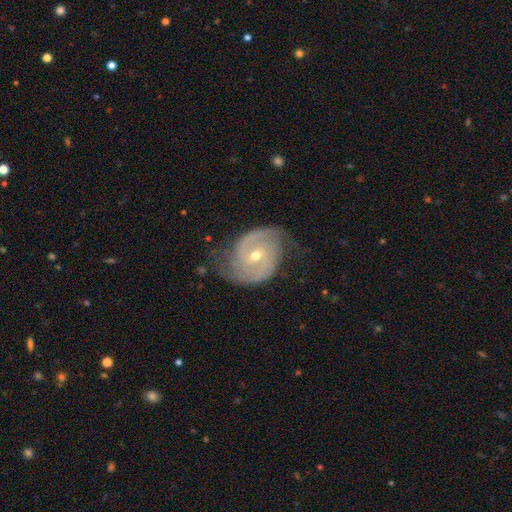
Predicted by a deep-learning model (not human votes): This is clearly a featured or disk galaxy (89%). It is clearly not viewed edge-on (97%). Bar: marginally no (45%). Spiral arm pattern: clearly yes (97%). Spiral arm count: clearly 2 (82%). Spiral winding: marginally medium (44%). Central bulge: possibly moderate (49%). Merging: likely none (69%).